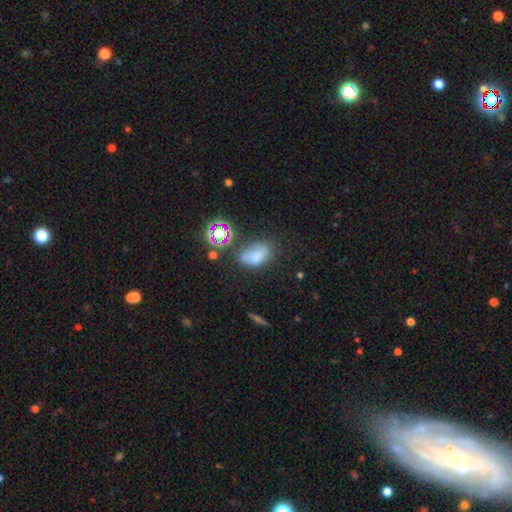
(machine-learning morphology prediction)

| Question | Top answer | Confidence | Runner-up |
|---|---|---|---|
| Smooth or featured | smooth | 64% | star or artifact (20%) |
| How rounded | in between | 85% | round (12%) |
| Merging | none | 46% | minor disturbance (26%) |